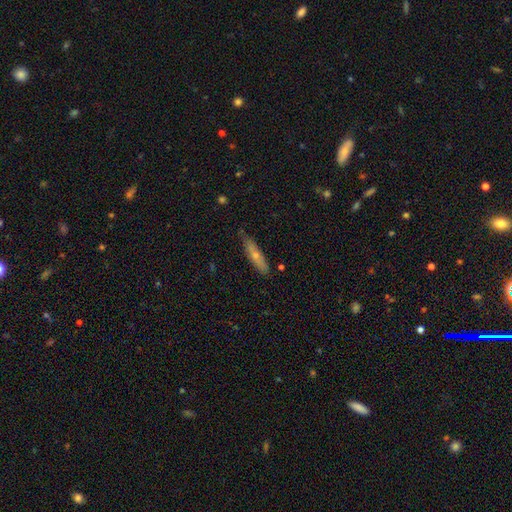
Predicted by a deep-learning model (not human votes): Smooth or featured? Predicted: smooth (p=0.58). How rounded? Predicted: cigar-shaped (p=0.79). Merging? Predicted: none (p=0.78).